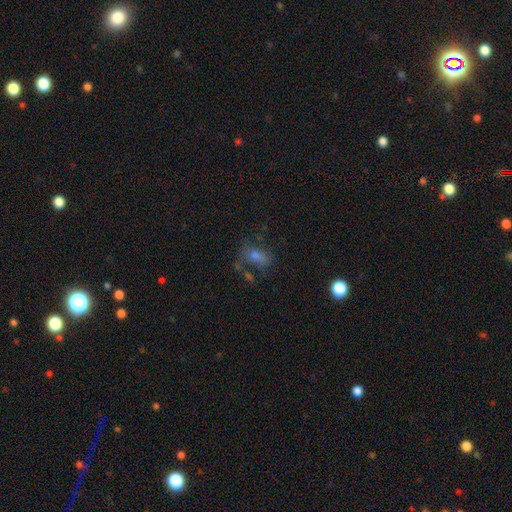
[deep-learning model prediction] Overall: smooth (57%; star or artifact 23%). How rounded: in between (75%). Merging: none (53%; minor disturbance 19%).